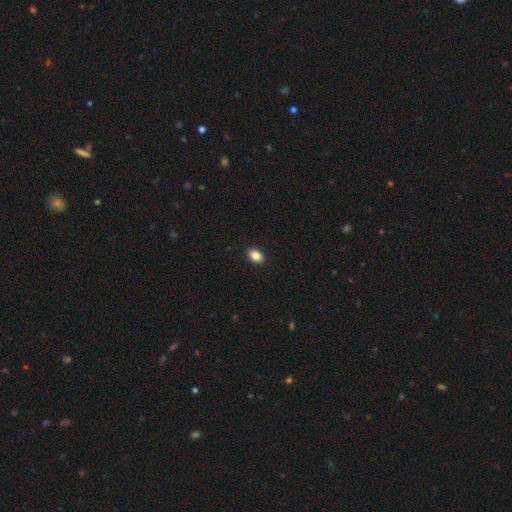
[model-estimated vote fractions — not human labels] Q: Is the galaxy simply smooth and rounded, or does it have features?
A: smooth — 86%.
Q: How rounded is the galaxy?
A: in between — 80%.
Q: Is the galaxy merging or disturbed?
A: none — 91%.